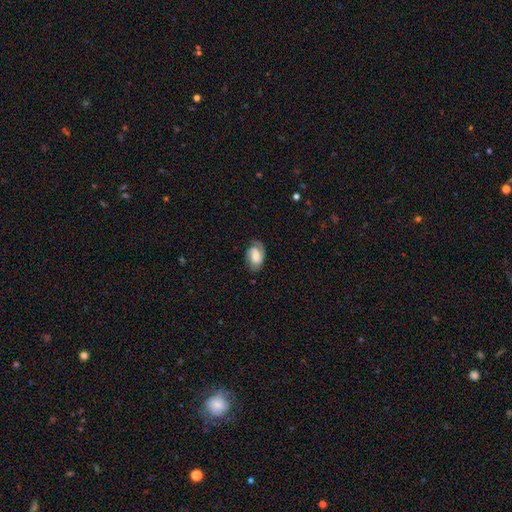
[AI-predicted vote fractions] Smooth or featured? Predicted: featured or disk (p=0.61). Edge-on disk? Predicted: no (p=0.96). Bar? Predicted: weak (p=0.44). Spiral arms? Predicted: yes (p=0.91). Spiral winding? Predicted: tight (p=0.44). Spiral arm count? Predicted: 2 (p=0.72). Bulge size? Predicted: moderate (p=0.42). Merging? Predicted: none (p=0.74).